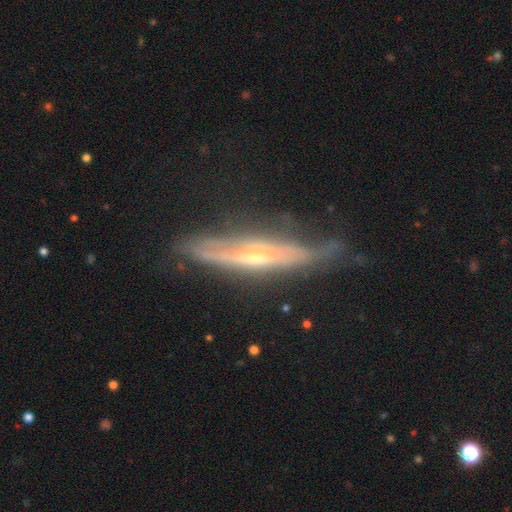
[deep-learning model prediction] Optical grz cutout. It shows a featured or disk galaxy (76%) viewed edge-on (84%) with a rounded central bulge (57%). Merging: none (57%).